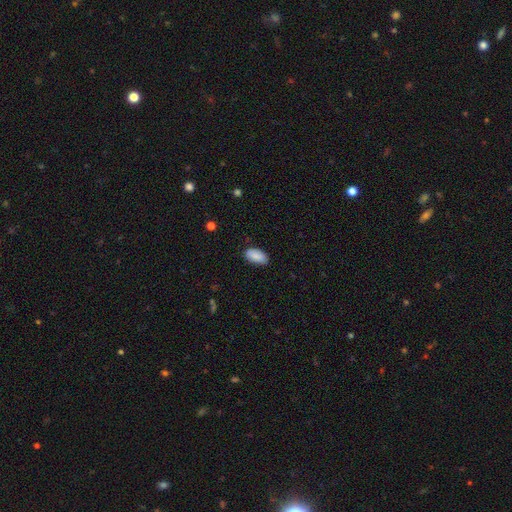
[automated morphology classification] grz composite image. It shows a smooth galaxy with no disk features (88%) that is in between round and cigar-shaped (94%). Merging: none (83%).